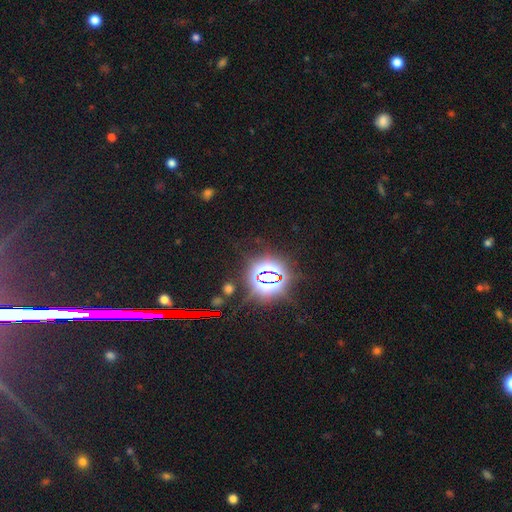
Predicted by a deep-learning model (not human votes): Smooth or featured? star or artifact (80%)